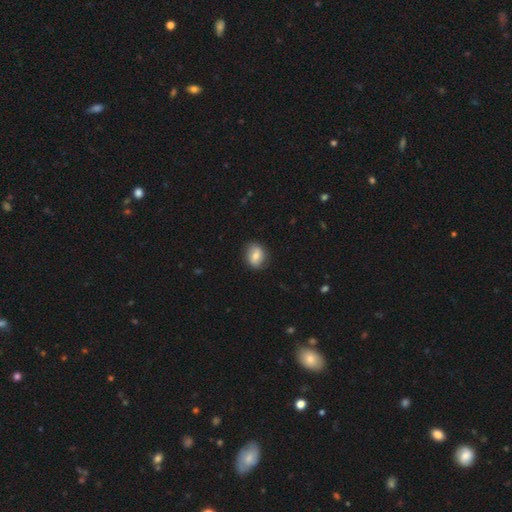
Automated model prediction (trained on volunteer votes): This is likely a smooth galaxy (68%). How rounded: possibly in between (52%). Merging: clearly none (84%).